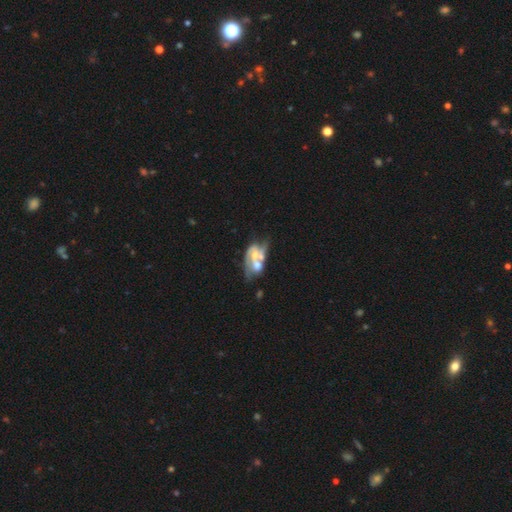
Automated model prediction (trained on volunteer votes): smooth_or_featured: featured or disk (p=0.76) [alt: smooth p=0.17]
disk_edge_on: no (p=0.96) [alt: yes p=0.04]
bar: no (p=0.51) [alt: weak p=0.34]
has_spiral_arms: yes (p=0.79) [alt: no p=0.21]
spiral_winding: medium (p=0.43) [alt: loose p=0.38]
spiral_arm_count: 2 (p=0.76) [alt: can't tell p=0.10]
bulge_size: small (p=0.41) [alt: moderate p=0.40]
merging: merger (p=0.53) [alt: none p=0.21]